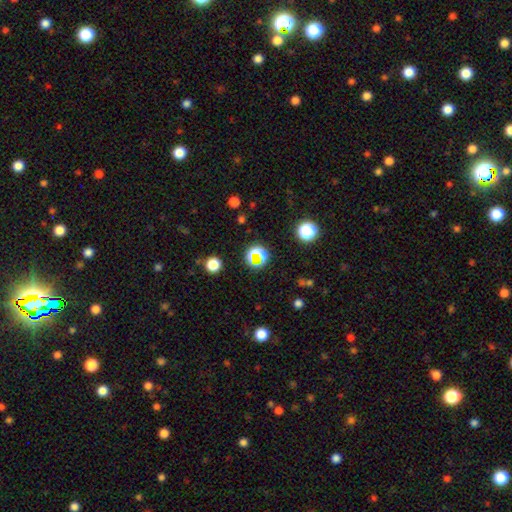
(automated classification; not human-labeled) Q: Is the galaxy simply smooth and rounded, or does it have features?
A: star or artifact — 57%.